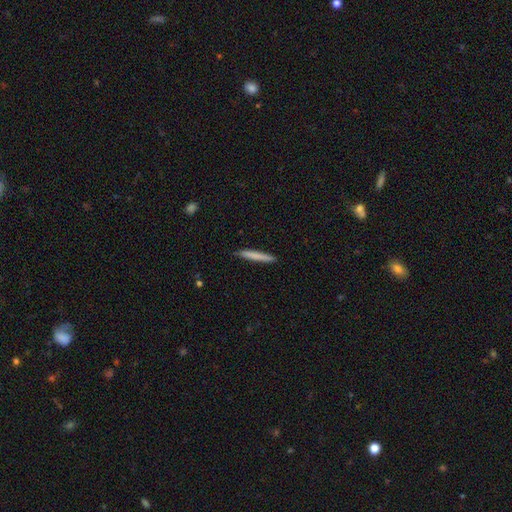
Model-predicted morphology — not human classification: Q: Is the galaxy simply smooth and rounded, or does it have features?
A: smooth — 77%.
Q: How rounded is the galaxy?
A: cigar-shaped — 96%.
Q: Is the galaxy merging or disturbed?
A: none — 90%.